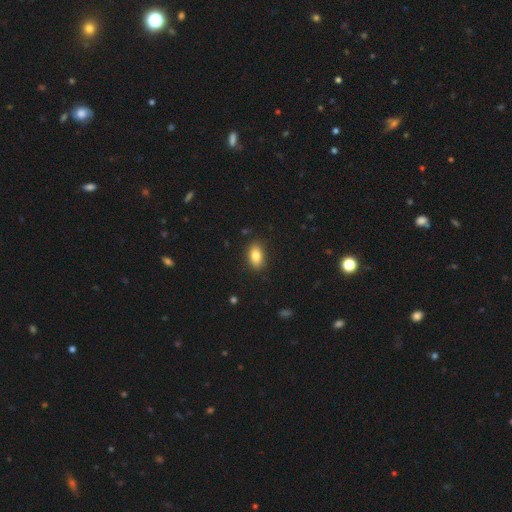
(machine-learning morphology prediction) Overall: smooth (83%). How rounded: in between (88%). Merging: none (86%).